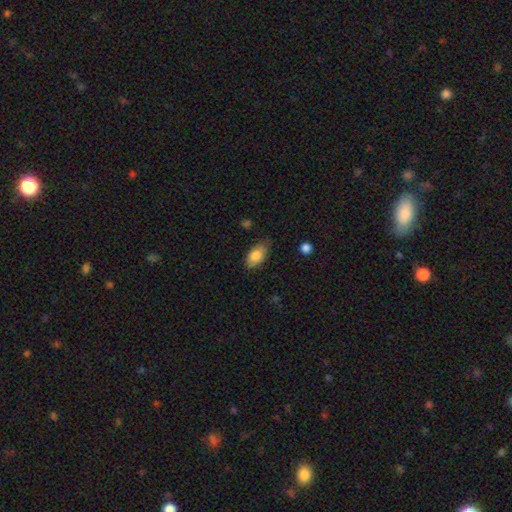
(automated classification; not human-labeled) The model was most divided on "merging": none: 75%, minor disturbance: 20%, major disturbance: 3%, merger: 1%. More confident: how rounded — in between (91%); smooth or featured — smooth (82%).